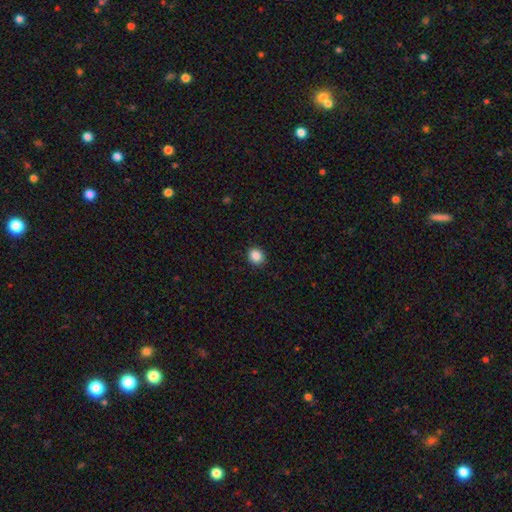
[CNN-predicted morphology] A smooth galaxy with no disk features (87%) that is round (78%). Merging: none (91%).